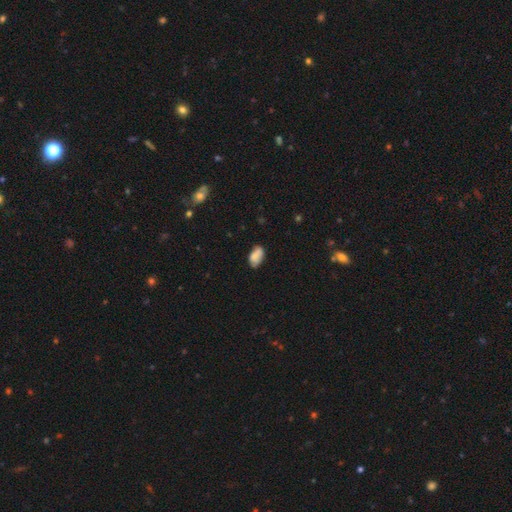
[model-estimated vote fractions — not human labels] Smooth or featured?
  - smooth: 74% *
  - featured or disk: 18%
  - star or artifact: 8%
How rounded?
  - in between: 93% *
  - round: 5%
  - cigar-shaped: 3%
Merging?
  - none: 67% *
  - minor disturbance: 24%
  - major disturbance: 5%
  - merger: 4%